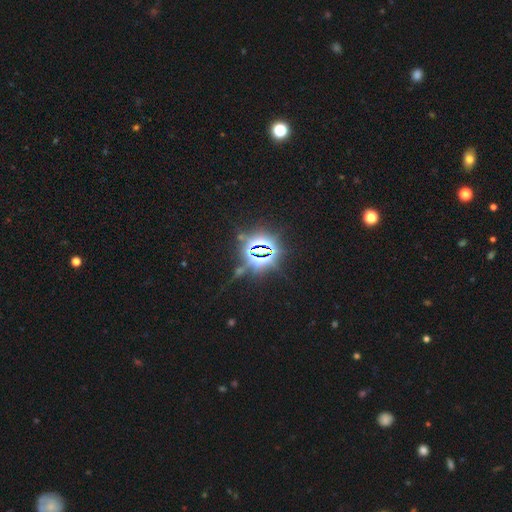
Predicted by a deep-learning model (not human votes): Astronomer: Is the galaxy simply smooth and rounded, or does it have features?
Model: star or artifact — 84%.